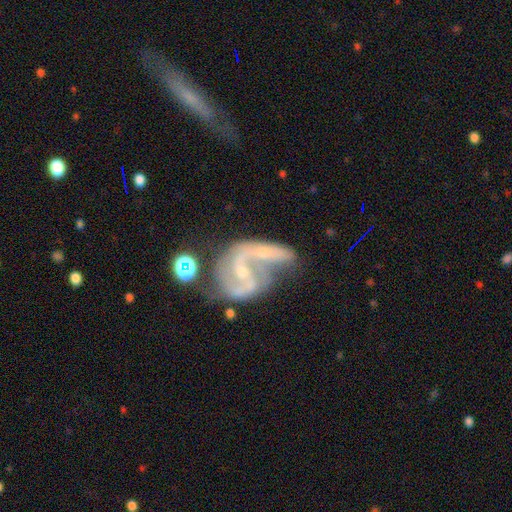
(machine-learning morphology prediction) A featured or disk galaxy (85%) with a weak bar (39%), 2 (80%) loose (43%) spiral arms (91%) and a small central bulge (70%).

Vote fractions:
- Smooth or featured? featured or disk: 85% / smooth: 8% / star or artifact: 7%
- Edge-on disk? no: 96% / yes: 4%
- Bar? weak: 39% / no: 38% / strong: 22%
- Spiral arms? yes: 91% / no: 9%
- Spiral winding? loose: 43% / medium: 41% / tight: 17%
- Spiral arm count? 2: 80% / can't tell: 7% / 1: 6% / 3: 3% / 4: 2% / more than 4: 2%
- Bulge size? small: 70% / moderate: 23% / none: 5% / large: 1% / dominant: 1%
- Merging? merger: 50% / none: 23% / major disturbance: 15% / minor disturbance: 12%